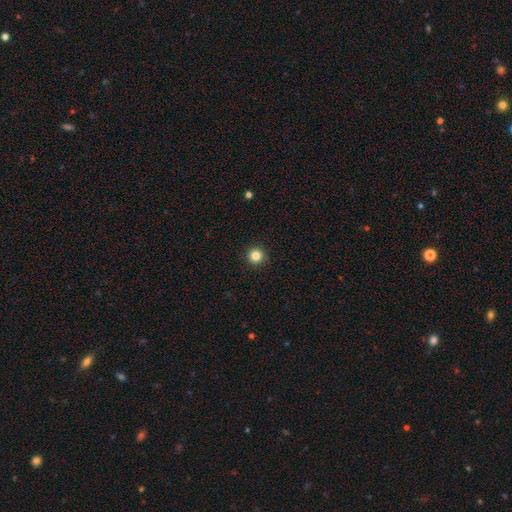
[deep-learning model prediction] smooth_or_featured: smooth (p=0.83) [alt: star or artifact p=0.12]
how_rounded: round (p=0.96) [alt: in between p=0.03]
merging: none (p=0.93) [alt: minor disturbance p=0.04]